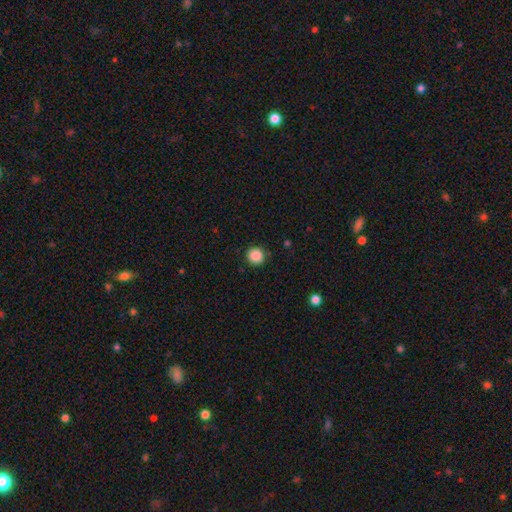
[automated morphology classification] This appears to be a smooth galaxy with no disk features (88%) that is round (93%). Merging: none (89%).